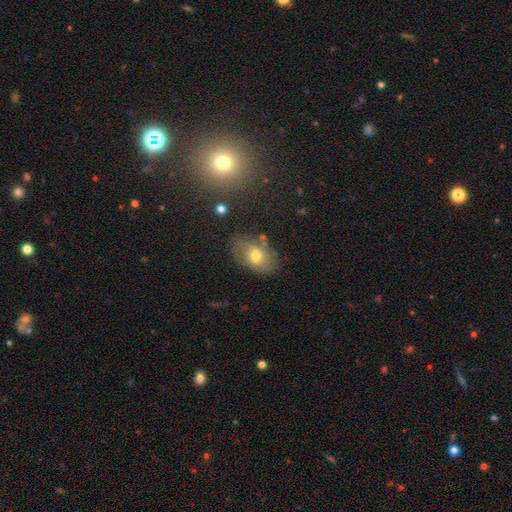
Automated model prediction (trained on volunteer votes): smooth_or_featured: smooth (p=0.63) [alt: featured or disk p=0.28]
how_rounded: in between (p=0.86) [alt: round p=0.12]
merging: none (p=0.65) [alt: minor disturbance p=0.23]